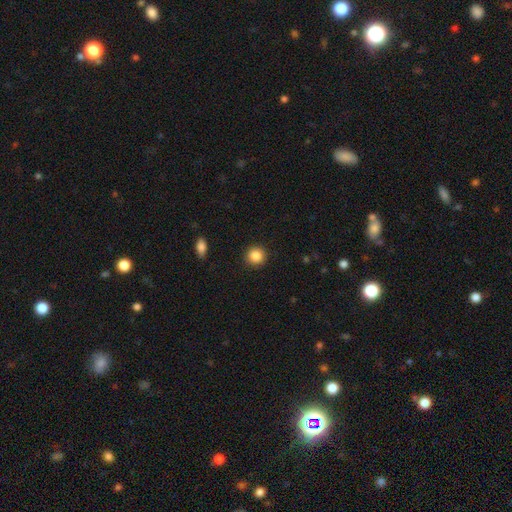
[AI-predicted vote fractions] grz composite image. It shows a smooth galaxy with no disk features (86%) that is round (93%). Merging: none (91%).